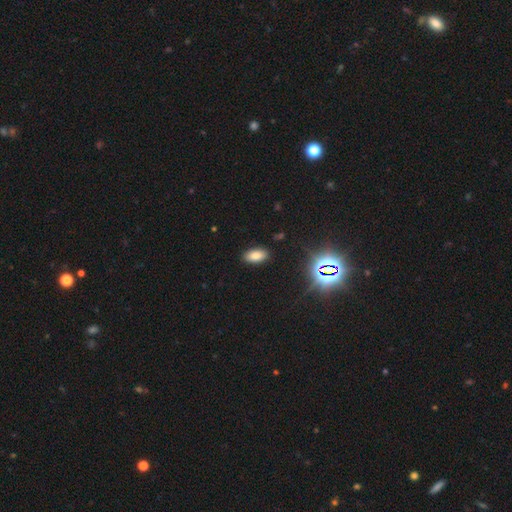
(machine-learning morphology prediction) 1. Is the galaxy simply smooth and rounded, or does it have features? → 76% smooth, 16% star or artifact, 8% featured or disk.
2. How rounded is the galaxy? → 92% in between, 4% round, 4% cigar-shaped.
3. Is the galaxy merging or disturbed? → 89% none, 8% minor disturbance, 2% major disturbance, 1% merger.